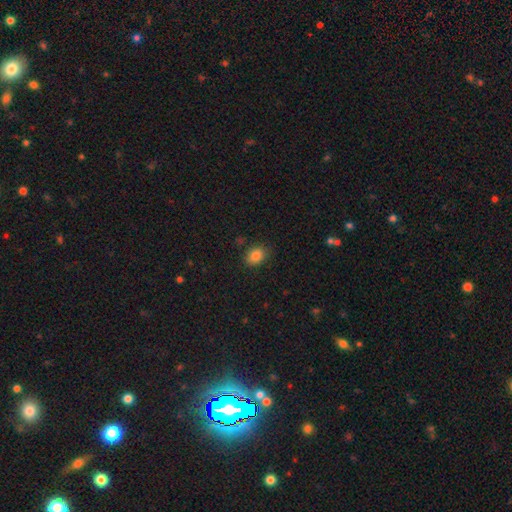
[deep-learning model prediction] Smooth or featured? Predicted: smooth (p=0.84). How rounded? Predicted: in between (p=0.70). Merging? Predicted: none (p=0.84).